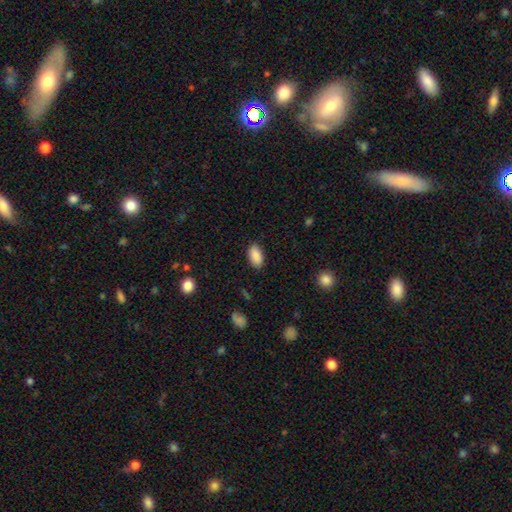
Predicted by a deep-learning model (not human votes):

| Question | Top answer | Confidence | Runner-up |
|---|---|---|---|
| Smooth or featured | smooth | 89% | star or artifact (7%) |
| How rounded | in between | 93% | round (3%) |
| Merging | none | 87% | minor disturbance (10%) |